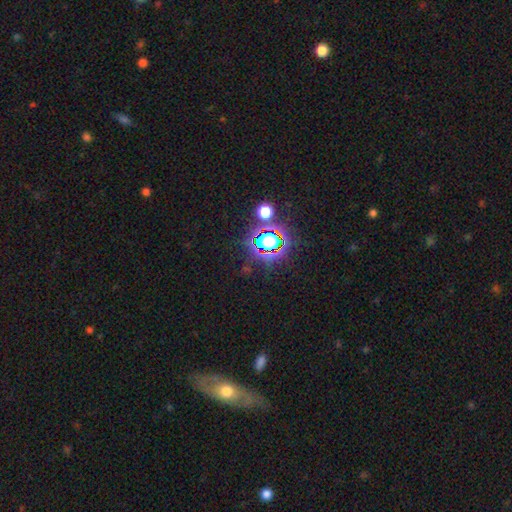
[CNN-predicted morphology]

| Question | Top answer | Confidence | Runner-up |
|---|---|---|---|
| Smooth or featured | star or artifact | 61% | smooth (23%) |